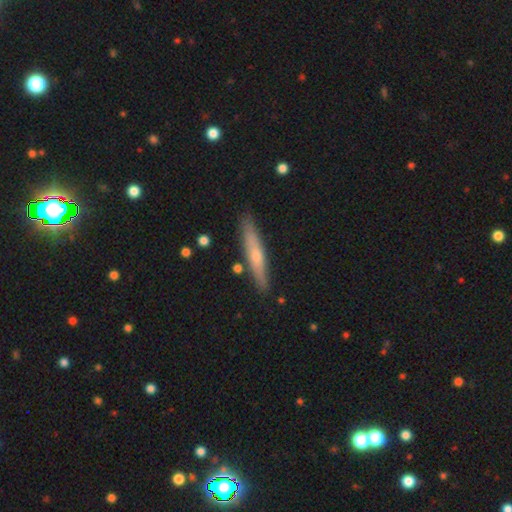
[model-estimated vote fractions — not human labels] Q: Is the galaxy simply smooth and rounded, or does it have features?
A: featured or disk — 47%, tied with smooth.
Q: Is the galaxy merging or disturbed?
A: none — 86%.